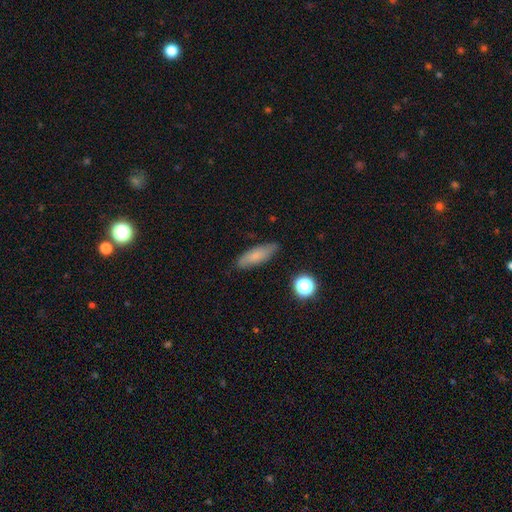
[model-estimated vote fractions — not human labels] Overall: smooth (74%). How rounded: in between (54%; cigar-shaped 42%). Merging: none (81%).